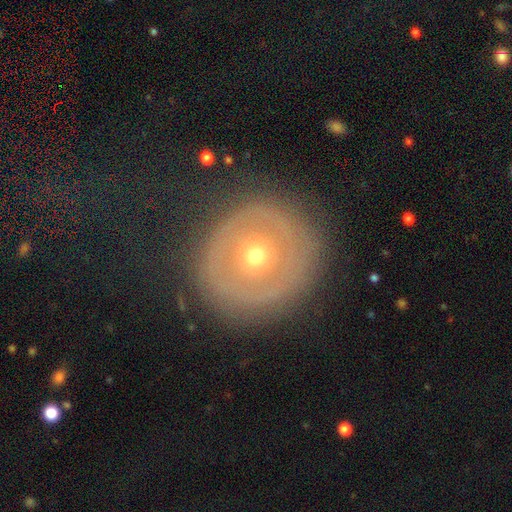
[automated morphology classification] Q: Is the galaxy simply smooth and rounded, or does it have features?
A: featured or disk — 54%.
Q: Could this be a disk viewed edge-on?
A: no — 94%.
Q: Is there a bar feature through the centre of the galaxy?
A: no — 78%.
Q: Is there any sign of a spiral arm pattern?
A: no — 80%.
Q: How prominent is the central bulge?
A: moderate — 55%.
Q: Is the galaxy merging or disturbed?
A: none — 82%.